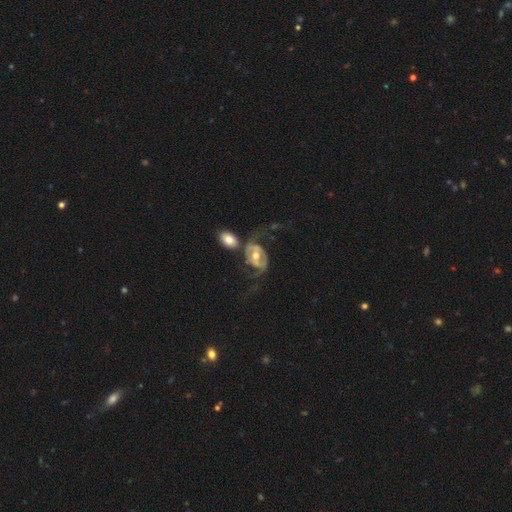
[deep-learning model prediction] smooth-or-featured: featured or disk: 74% | smooth: 20% | star or artifact: 6%
  disk-edge-on: no: 94% | yes: 6%
    bar: no: 40% | weak: 32% | strong: 28%
    has-spiral-arms: yes: 68% | no: 32%
    bulge-size: moderate: 75% | small: 15% | large: 8% | none: 1% | dominant: 1%
  merging: none: 32% | major disturbance: 31% | merger: 22% | minor disturbance: 15%